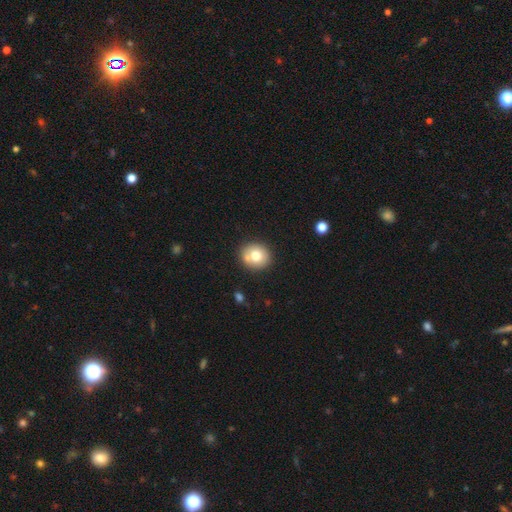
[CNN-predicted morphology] A smooth galaxy with no disk features (74%) that is round (82%). Merging: none (77%).